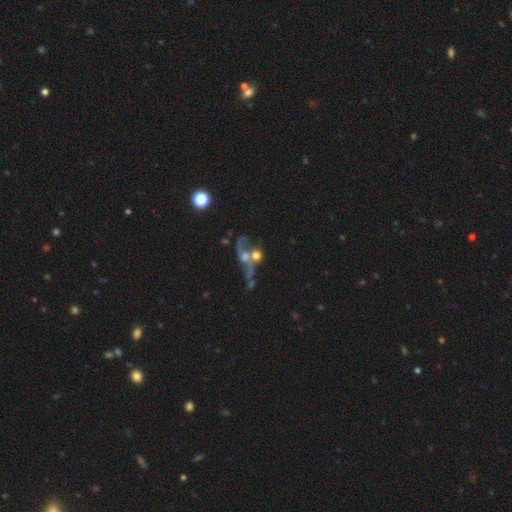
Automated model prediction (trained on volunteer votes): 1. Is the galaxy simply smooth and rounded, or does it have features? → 49% featured or disk, 34% smooth, 17% star or artifact.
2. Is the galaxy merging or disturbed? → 50% merger, 22% none, 18% major disturbance, 9% minor disturbance.